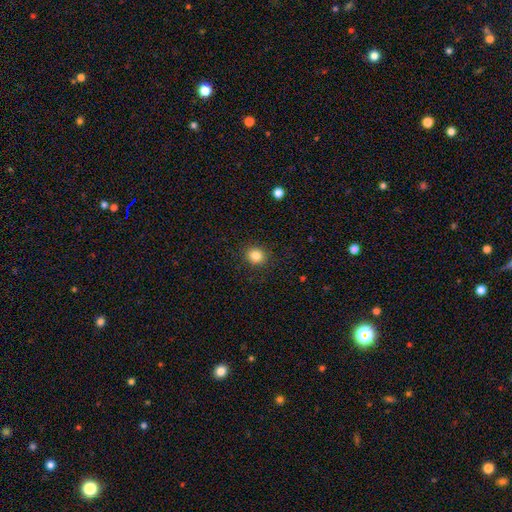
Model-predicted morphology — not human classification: smooth 84%, star or artifact 11%, featured or disk 5%. Down the decision tree: how rounded — round (82%); merging — none (89%).